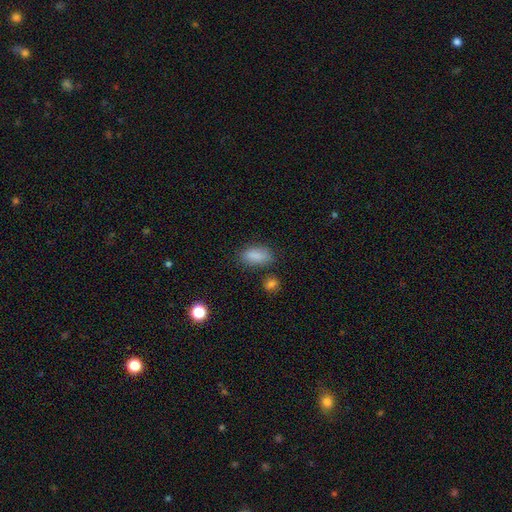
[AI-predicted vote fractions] smooth-or-featured: smooth: 86% | star or artifact: 9% | featured or disk: 5%
  how-rounded: in between: 89% | cigar-shaped: 6% | round: 5%
  merging: none: 73% | minor disturbance: 17% | merger: 5% | major disturbance: 5%